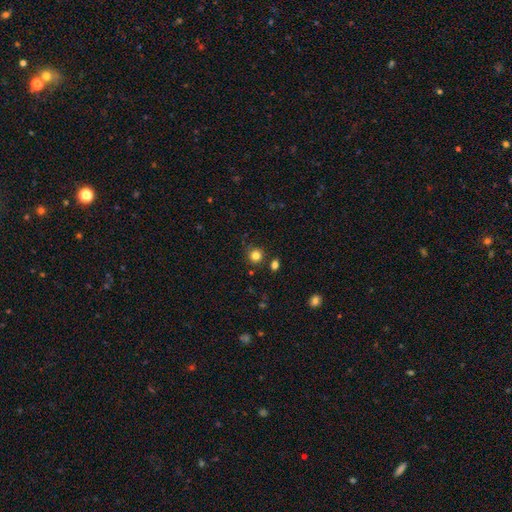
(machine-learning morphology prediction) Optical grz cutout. It shows a smooth galaxy with no disk features (81%) that is round (91%). Merging: none (82%).